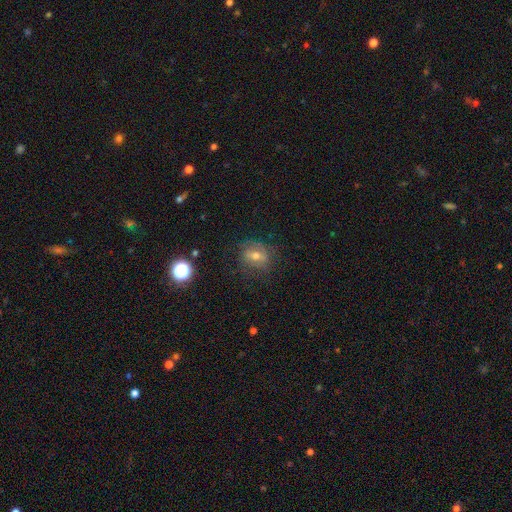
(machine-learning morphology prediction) Q: Smooth or featured?
A: smooth (45%); runner-up: featured or disk (38%)
Q: Merging?
A: none (71%); runner-up: minor disturbance (19%)